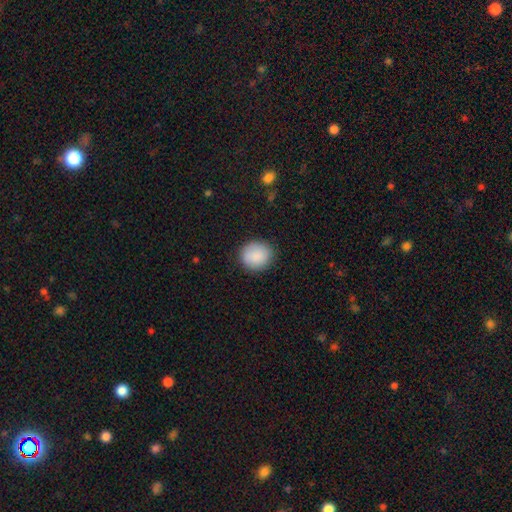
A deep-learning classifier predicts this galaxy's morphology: Smooth or featured? Predicted: smooth (p=0.88). How rounded? Predicted: round (p=0.82). Merging? Predicted: none (p=0.87).